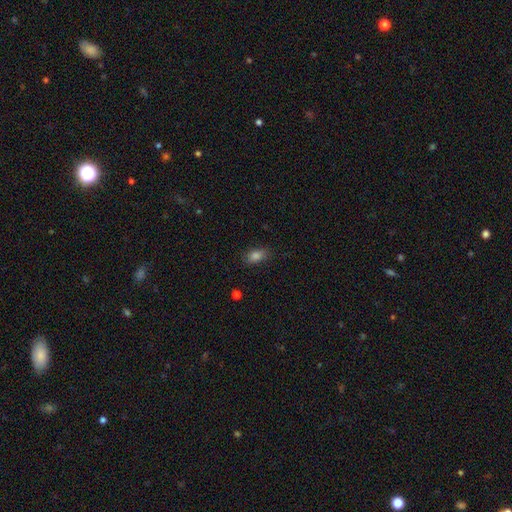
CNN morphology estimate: smooth_or_featured: smooth (p=0.82) [alt: star or artifact p=0.12]
how_rounded: in between (p=0.85) [alt: round p=0.11]
merging: none (p=0.82) [alt: minor disturbance p=0.13]